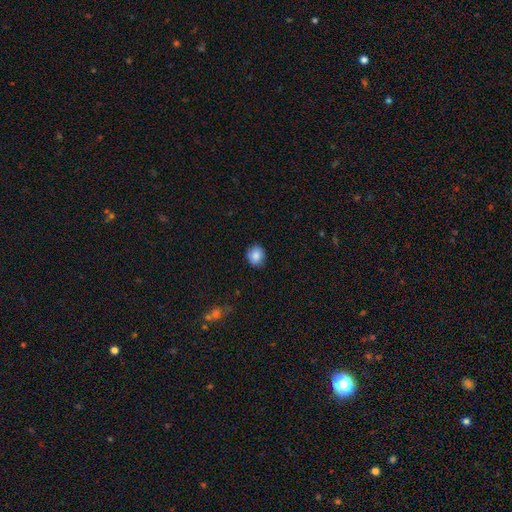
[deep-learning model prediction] smooth 84%, star or artifact 8%, featured or disk 7%. Down the decision tree: how rounded — round (74%); merging — none (84%).